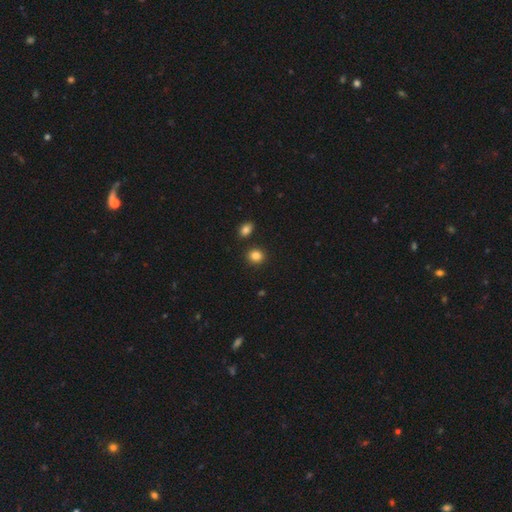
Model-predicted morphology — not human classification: This is clearly a smooth galaxy (86%). How rounded: likely round (73%). Merging: clearly none (86%).